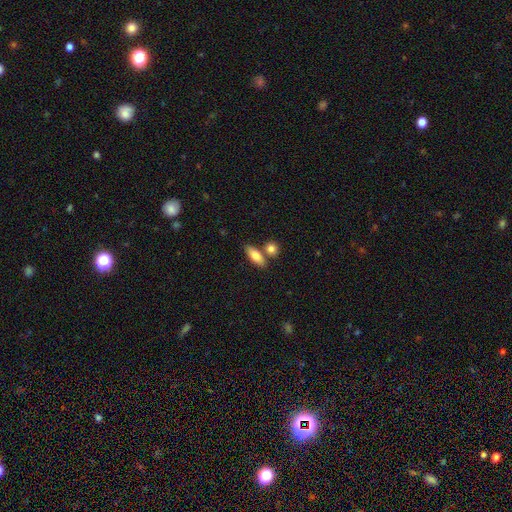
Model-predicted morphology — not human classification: The model was most divided on "merging": none: 62%, merger: 25%, minor disturbance: 10%, major disturbance: 3%. More confident: smooth or featured — smooth (80%); how rounded — in between (71%).